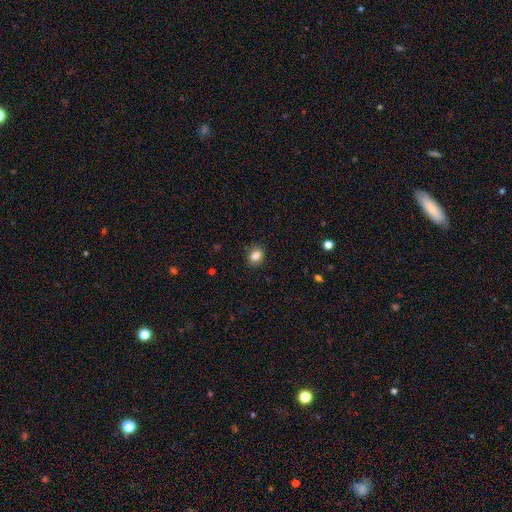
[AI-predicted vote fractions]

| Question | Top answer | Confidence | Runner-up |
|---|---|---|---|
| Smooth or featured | smooth | 85% | star or artifact (10%) |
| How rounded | in between | 62% | round (37%) |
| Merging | none | 84% | minor disturbance (12%) |